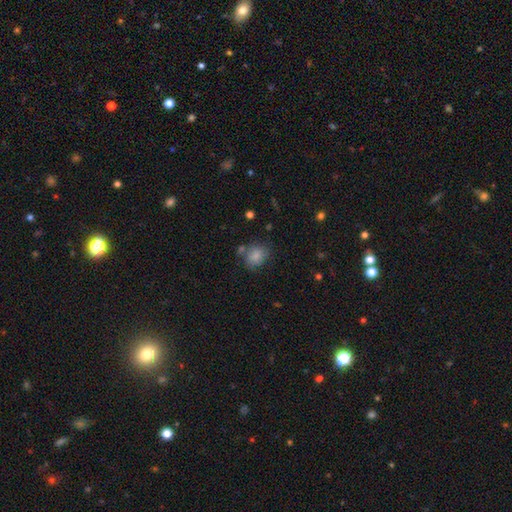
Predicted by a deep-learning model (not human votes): Smooth or featured? Predicted: smooth (p=0.81). How rounded? Predicted: round (p=0.54). Merging? Predicted: none (p=0.62).